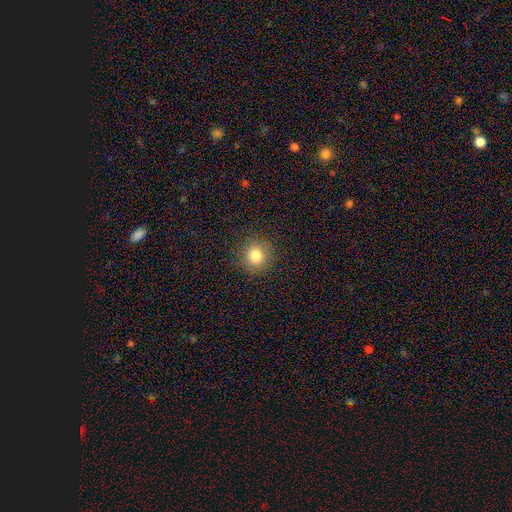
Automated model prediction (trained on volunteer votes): Smooth or featured?
  - smooth: 82% *
  - star or artifact: 12%
  - featured or disk: 6%
How rounded?
  - round: 92% *
  - in between: 7%
  - cigar-shaped: 1%
Merging?
  - none: 90% *
  - minor disturbance: 7%
  - major disturbance: 3%
  - merger: 1%